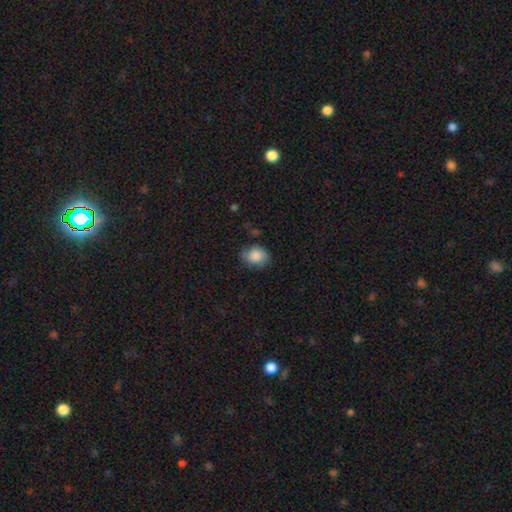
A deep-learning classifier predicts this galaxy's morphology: smooth_or_featured: smooth (p=0.85) [alt: star or artifact p=0.08]
how_rounded: in between (p=0.55) [alt: round p=0.44]
merging: none (p=0.70) [alt: minor disturbance p=0.23]